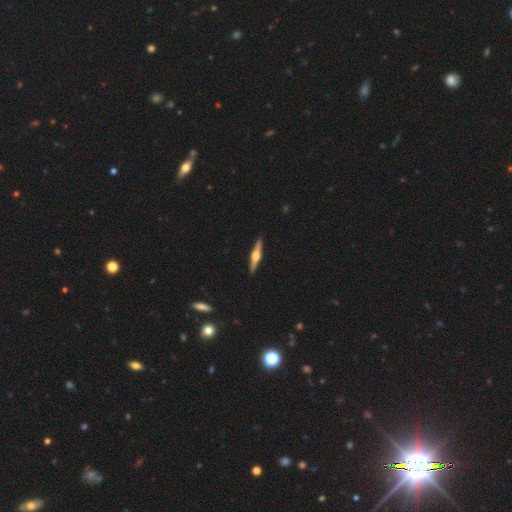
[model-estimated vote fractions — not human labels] Smooth or featured?
  - featured or disk: 73% *
  - smooth: 22%
  - star or artifact: 5%
Edge-on disk?
  - yes: 98% *
  - no: 2%
Edge-on bulge?
  - rounded: 92% *
  - boxy: 6%
  - none: 2%
Merging?
  - none: 92% *
  - minor disturbance: 6%
  - major disturbance: 1%
  - merger: 1%